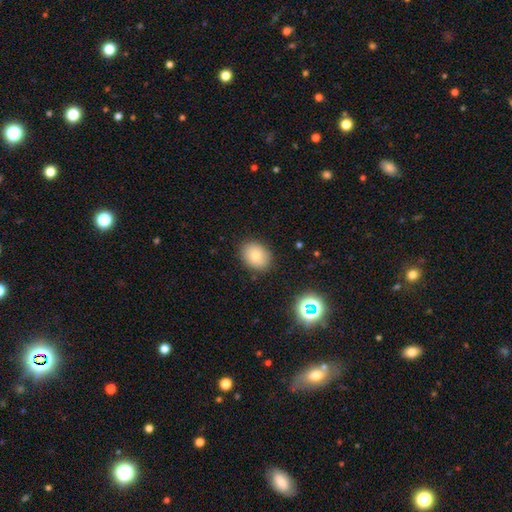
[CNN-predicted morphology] Q: Smooth or featured?
A: smooth (80%); runner-up: star or artifact (10%)
Q: How rounded?
A: in between (57%); runner-up: round (42%)
Q: Merging?
A: none (87%); runner-up: minor disturbance (10%)